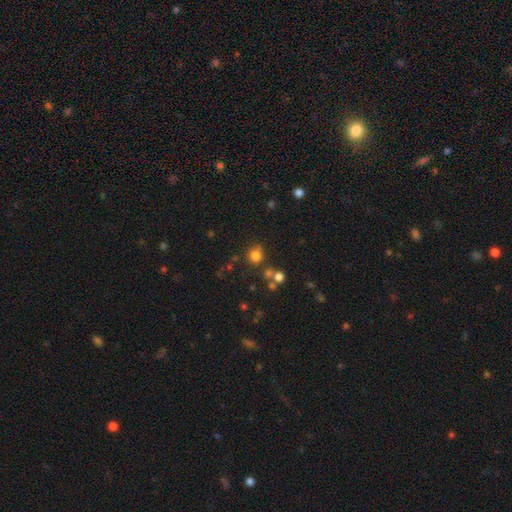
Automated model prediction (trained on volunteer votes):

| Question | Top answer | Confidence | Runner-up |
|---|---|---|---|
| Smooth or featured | smooth | 77% | star or artifact (17%) |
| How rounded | round | 87% | in between (12%) |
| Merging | none | 70% | merger (13%) |